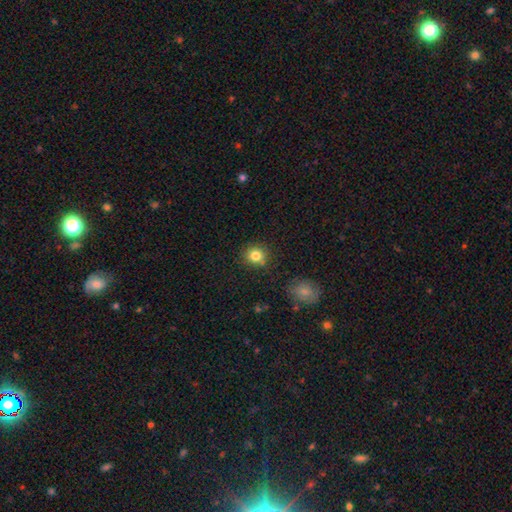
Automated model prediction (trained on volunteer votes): Overall: smooth (82%). How rounded: round (84%). Merging: none (84%).